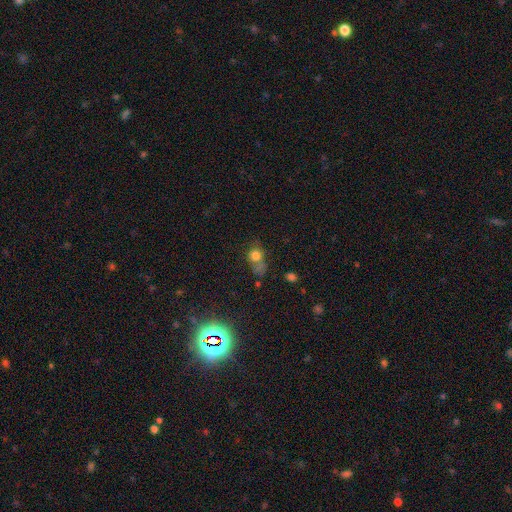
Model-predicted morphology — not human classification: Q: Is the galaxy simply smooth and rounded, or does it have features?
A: smooth — 72%.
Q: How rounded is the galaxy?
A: round — 75%.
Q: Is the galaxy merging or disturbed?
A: none — 43%.